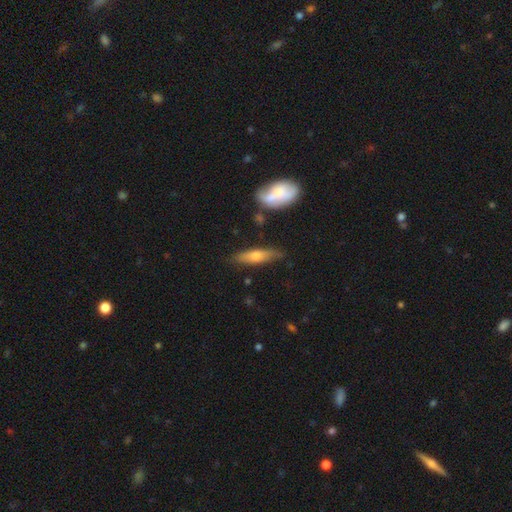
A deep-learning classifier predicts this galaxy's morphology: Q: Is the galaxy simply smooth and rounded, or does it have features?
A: smooth — 52%.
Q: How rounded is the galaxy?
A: cigar-shaped — 69%.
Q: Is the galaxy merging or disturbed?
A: none — 77%.